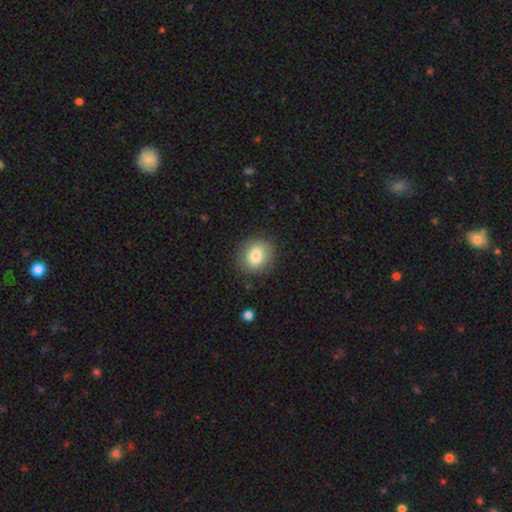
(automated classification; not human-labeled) Smooth or featured?
  - smooth: 81% *
  - featured or disk: 10%
  - star or artifact: 9%
How rounded?
  - round: 72% *
  - in between: 27%
  - cigar-shaped: 1%
Merging?
  - none: 86% *
  - minor disturbance: 9%
  - major disturbance: 3%
  - merger: 1%